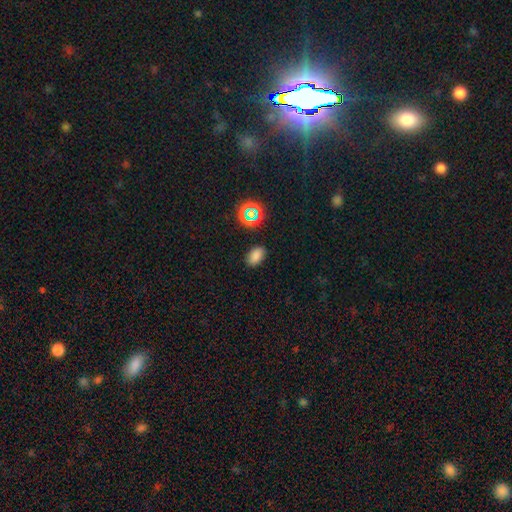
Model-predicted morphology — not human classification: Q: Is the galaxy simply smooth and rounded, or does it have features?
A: smooth — 78%.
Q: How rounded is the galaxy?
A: in between — 88%.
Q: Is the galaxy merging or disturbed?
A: none — 84%.